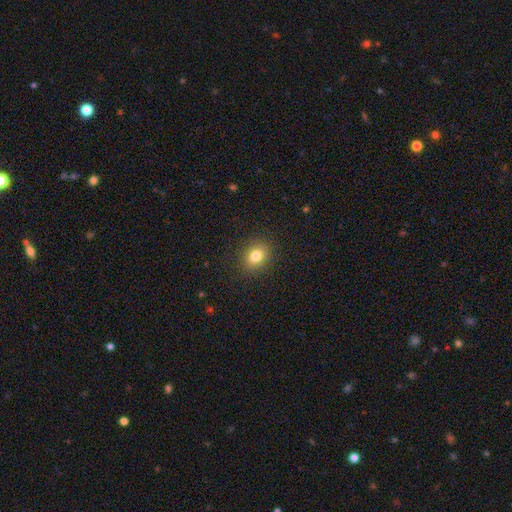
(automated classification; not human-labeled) Q: Smooth or featured?
A: smooth (81%); runner-up: star or artifact (11%)
Q: How rounded?
A: round (56%); runner-up: in between (43%)
Q: Merging?
A: none (89%); runner-up: minor disturbance (7%)